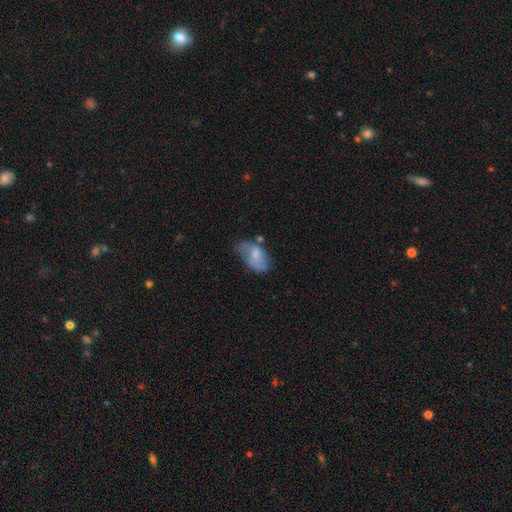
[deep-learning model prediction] This appears to be a smooth galaxy with no disk features (66%) that is in between round and cigar-shaped (92%). Merging: none (44%).